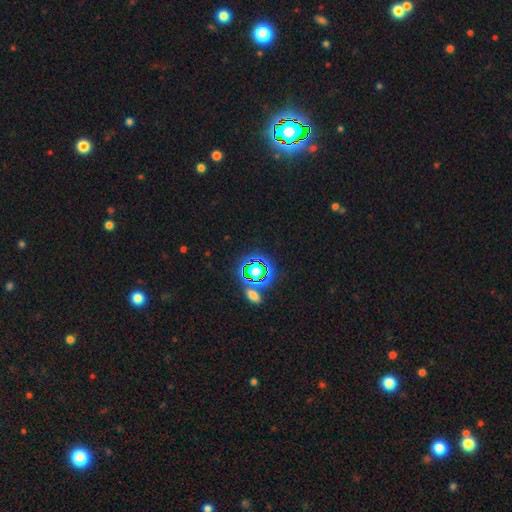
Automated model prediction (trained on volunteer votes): Smooth or featured: star or artifact — 78% (smooth — 15%)